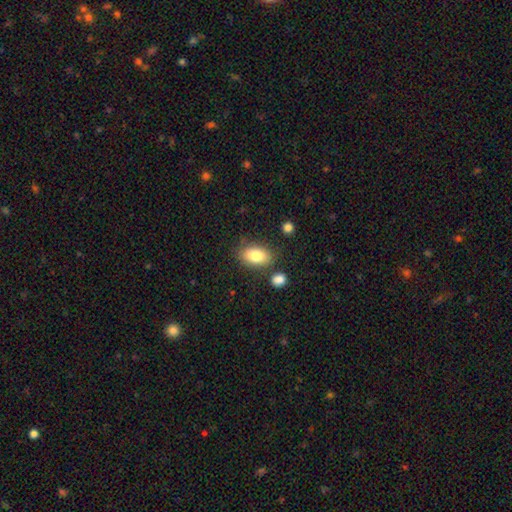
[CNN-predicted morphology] Q: Smooth or featured?
A: smooth (83%); runner-up: featured or disk (10%)
Q: How rounded?
A: in between (90%); runner-up: round (8%)
Q: Merging?
A: none (76%); runner-up: minor disturbance (13%)